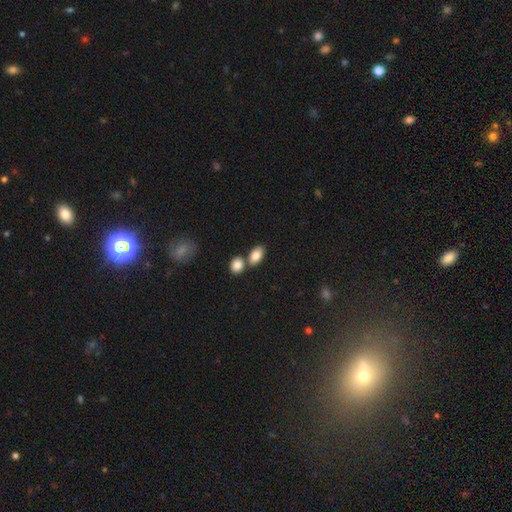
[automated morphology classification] smooth-or-featured: smooth: 84% | featured or disk: 9% | star or artifact: 8%
  how-rounded: in between: 88% | round: 9% | cigar-shaped: 3%
  merging: none: 58% | merger: 29% | minor disturbance: 10% | major disturbance: 3%